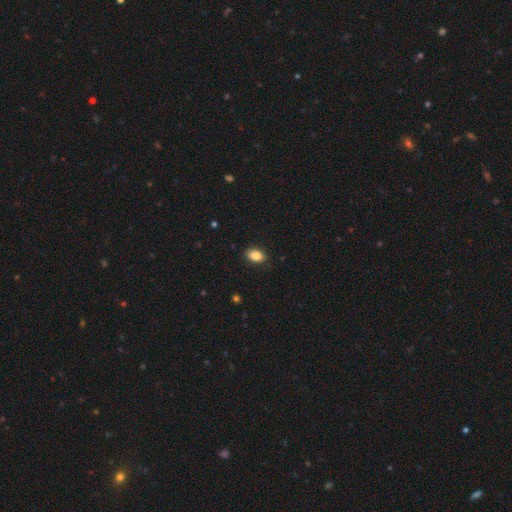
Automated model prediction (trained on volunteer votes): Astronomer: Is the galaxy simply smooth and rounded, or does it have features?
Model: smooth — 86%.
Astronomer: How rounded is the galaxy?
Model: in between — 86%.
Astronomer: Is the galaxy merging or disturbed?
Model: none — 87%.